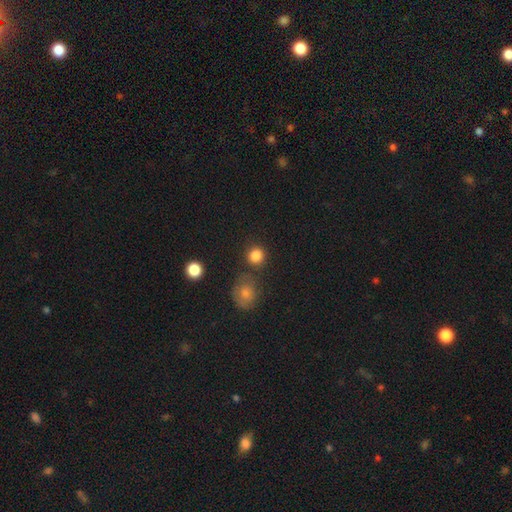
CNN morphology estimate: A smooth galaxy with no disk features (84%) that is round (91%).

Vote fractions:
- Smooth or featured? smooth: 84% / star or artifact: 11% / featured or disk: 4%
- How rounded? round: 91% / in between: 8% / cigar-shaped: 1%
- Merging? none: 80% / minor disturbance: 9% / merger: 8% / major disturbance: 3%